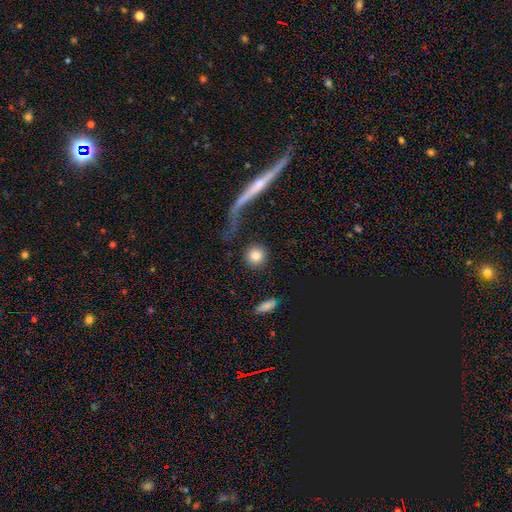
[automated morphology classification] Overall: smooth (83%). How rounded: round (93%). Merging: none (85%).